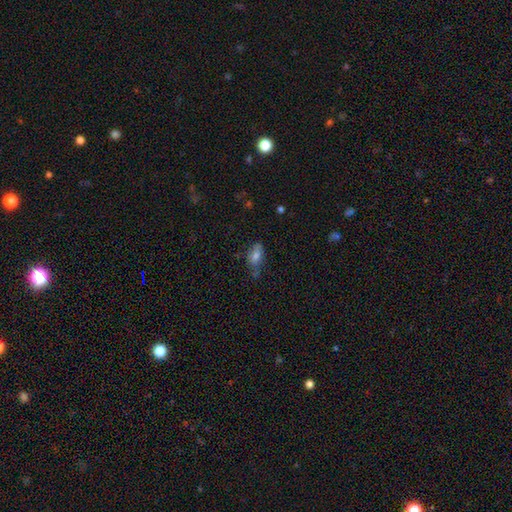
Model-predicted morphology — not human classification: Smooth or featured?
  - smooth: 69% *
  - featured or disk: 18%
  - star or artifact: 13%
How rounded?
  - in between: 83% *
  - cigar-shaped: 10%
  - round: 7%
Merging?
  - none: 57% *
  - minor disturbance: 27%
  - major disturbance: 9%
  - merger: 7%